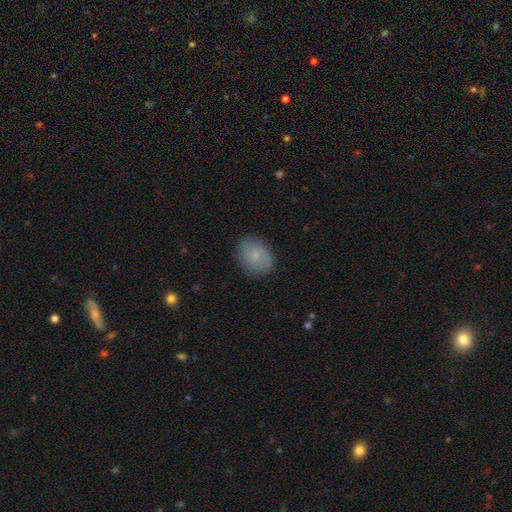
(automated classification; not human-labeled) This appears to be a smooth galaxy with no disk features (78%) that is in between round and cigar-shaped (64%). Merging: none (85%).